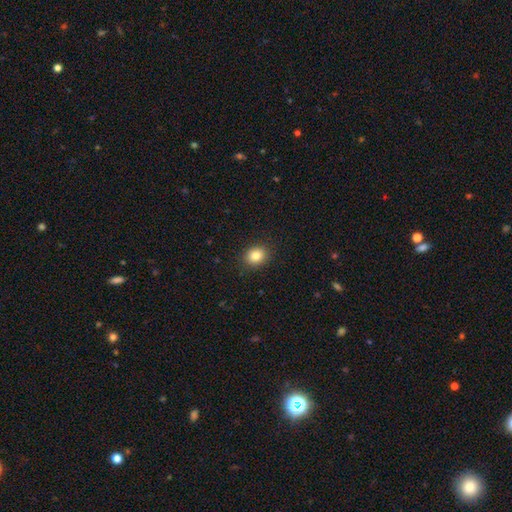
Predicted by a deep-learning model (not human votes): A smooth galaxy with no disk features (83%) that is round (59%). Merging: none (90%).